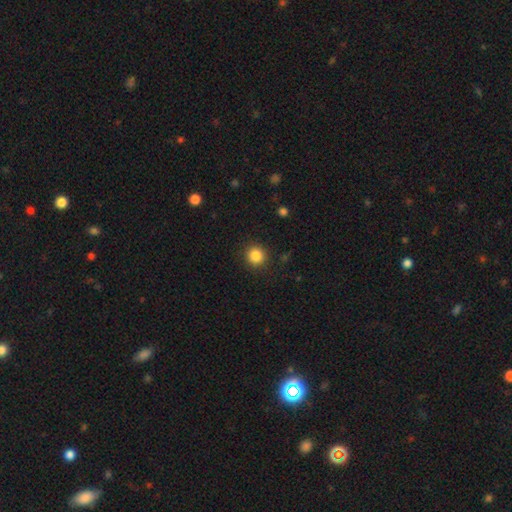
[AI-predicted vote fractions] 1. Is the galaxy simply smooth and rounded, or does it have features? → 85% smooth, 11% star or artifact, 4% featured or disk.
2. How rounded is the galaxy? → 94% round, 5% in between, 1% cigar-shaped.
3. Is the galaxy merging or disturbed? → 91% none, 6% minor disturbance, 2% major disturbance, 1% merger.